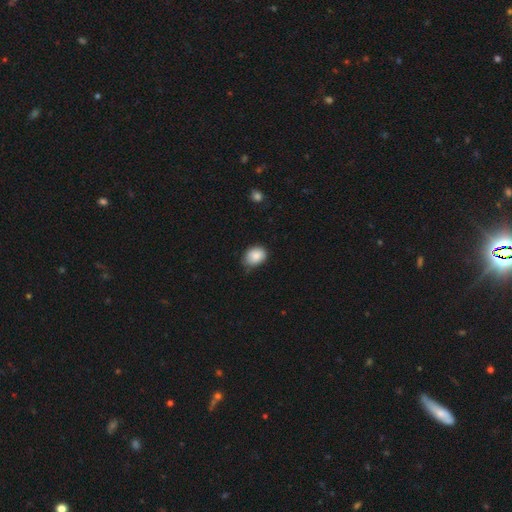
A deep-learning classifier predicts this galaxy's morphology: A smooth galaxy with no disk features (87%) that is in between round and cigar-shaped (65%).

Vote fractions:
- Smooth or featured? smooth: 87% / star or artifact: 8% / featured or disk: 5%
- How rounded? in between: 65% / round: 35% / cigar-shaped: 1%
- Merging? none: 65% / minor disturbance: 30% / major disturbance: 4% / merger: 1%